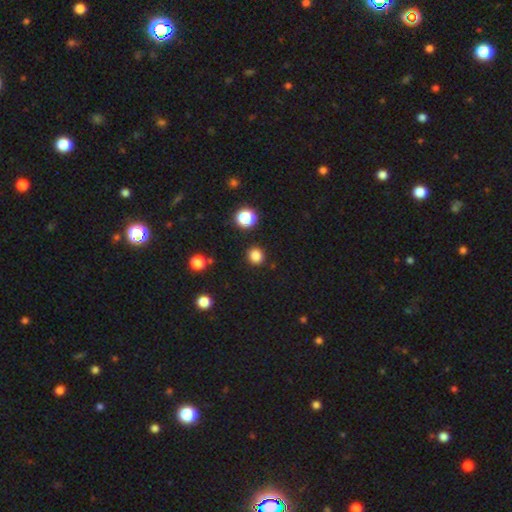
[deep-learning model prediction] smooth-or-featured: smooth: 83% | star or artifact: 13% | featured or disk: 3%
  how-rounded: round: 90% | in between: 9% | cigar-shaped: 1%
  merging: none: 90% | minor disturbance: 6% | major disturbance: 2% | merger: 2%